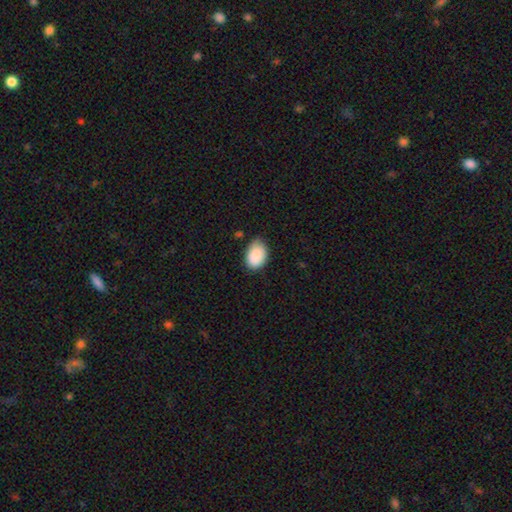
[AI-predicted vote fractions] smooth_or_featured: smooth (p=0.89) [alt: star or artifact p=0.07]
how_rounded: in between (p=0.85) [alt: round p=0.14]
merging: none (p=0.69) [alt: minor disturbance p=0.25]